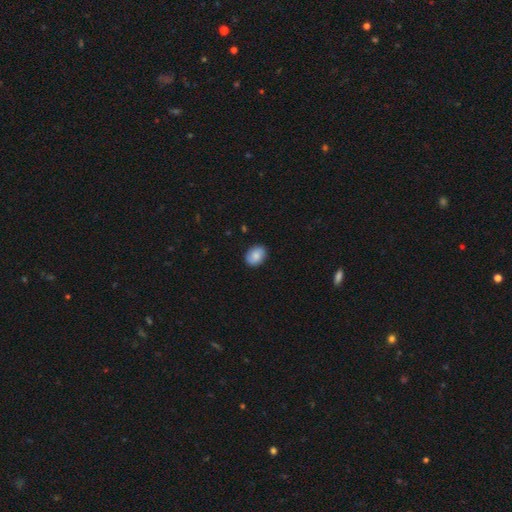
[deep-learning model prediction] Smooth or featured: smooth — 81% (featured or disk — 11%)
How rounded: in between — 70% (round — 29%)
Merging: none — 87% (minor disturbance — 10%)